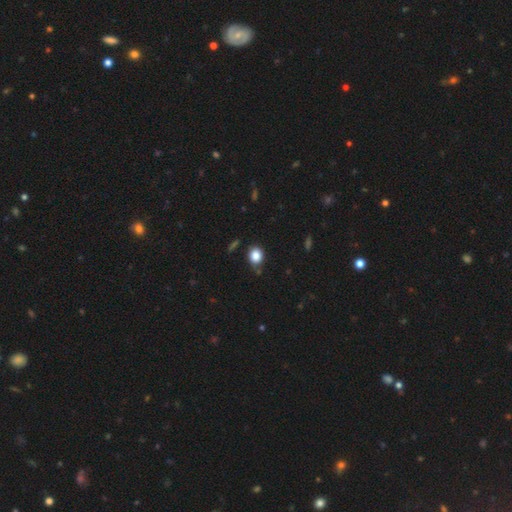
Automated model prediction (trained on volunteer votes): This appears to be a smooth galaxy with no disk features (85%) that is round (60%). Merging: none (77%).